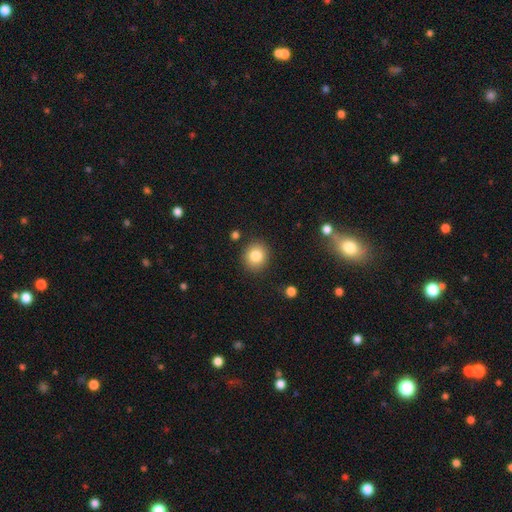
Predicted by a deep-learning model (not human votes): This appears to be a smooth galaxy with no disk features (82%) that is round (84%). Merging: none (88%).